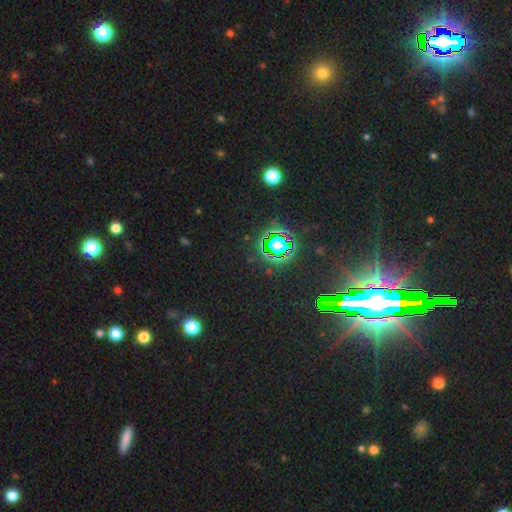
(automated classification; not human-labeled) Overall: star or artifact (83%).